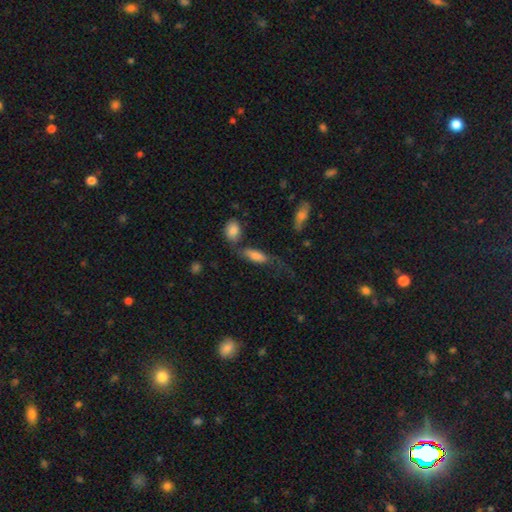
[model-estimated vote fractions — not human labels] Smooth or featured: smooth — 70% (featured or disk — 21%)
How rounded: in between — 69% (cigar-shaped — 27%)
Merging: none — 44% (minor disturbance — 23%)